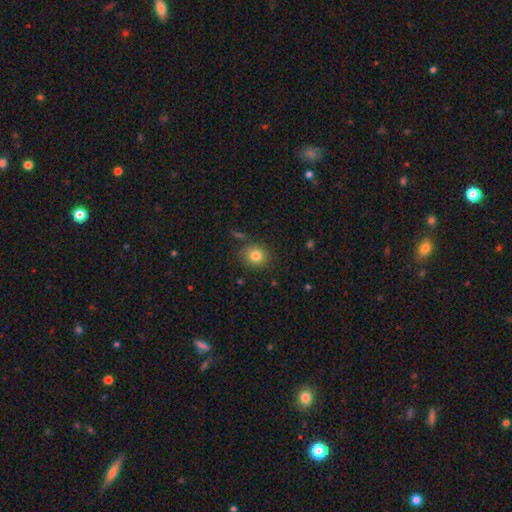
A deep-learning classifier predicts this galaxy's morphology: Smooth or featured?
  - smooth: 81% *
  - star or artifact: 11%
  - featured or disk: 8%
How rounded?
  - round: 72% *
  - in between: 27%
  - cigar-shaped: 1%
Merging?
  - none: 82% *
  - minor disturbance: 11%
  - merger: 3%
  - major disturbance: 3%